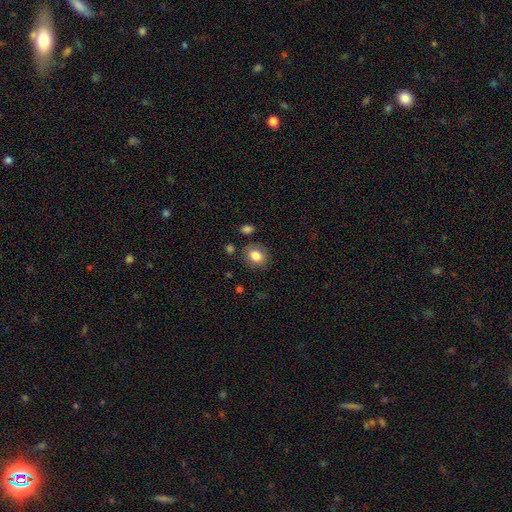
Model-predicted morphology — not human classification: This is clearly a smooth galaxy (83%). How rounded: likely round (64%). Merging: likely none (79%).